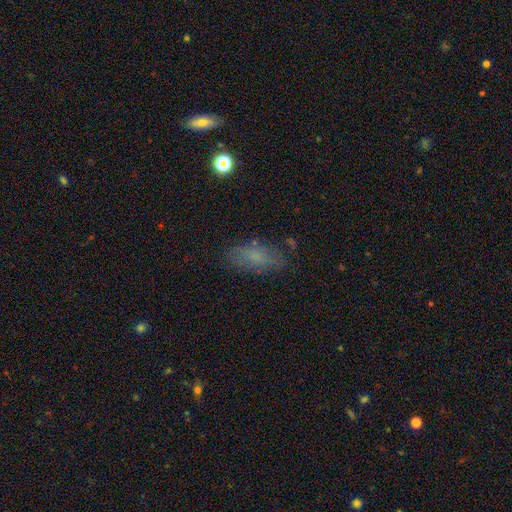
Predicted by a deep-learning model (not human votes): smooth 67%, featured or disk 19%, star or artifact 14%. Down the decision tree: how rounded — in between (82%); merging — none (75%).